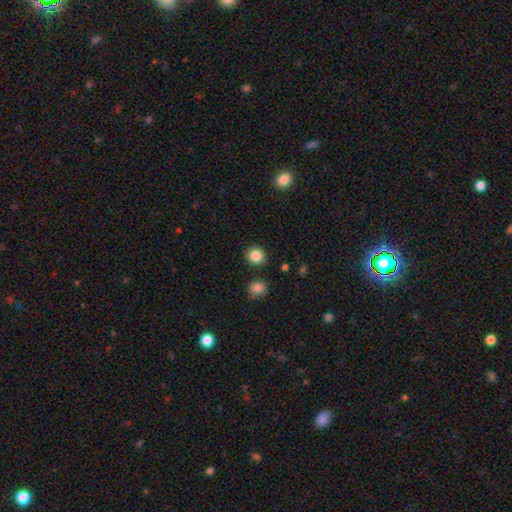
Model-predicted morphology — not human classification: Overall: smooth (86%). How rounded: round (83%). Merging: none (88%).